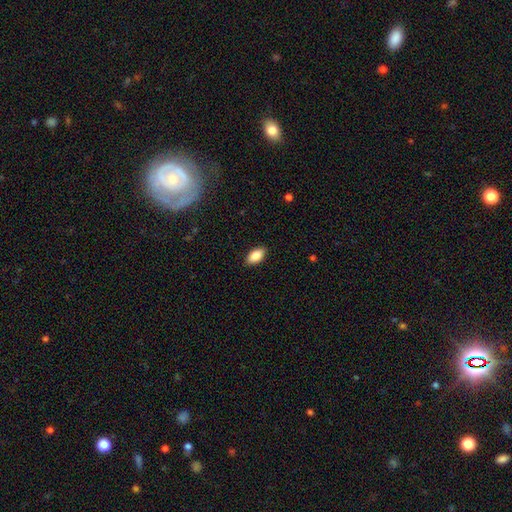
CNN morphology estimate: This is clearly a smooth galaxy (87%). How rounded: clearly in between (93%). Merging: clearly none (88%).